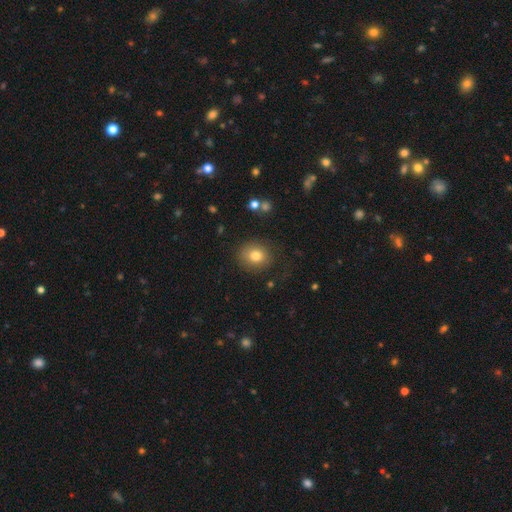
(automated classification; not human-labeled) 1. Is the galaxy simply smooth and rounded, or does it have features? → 79% smooth, 11% featured or disk, 10% star or artifact.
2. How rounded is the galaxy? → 72% round, 27% in between, 1% cigar-shaped.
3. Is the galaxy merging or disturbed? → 81% none, 12% minor disturbance, 5% major disturbance, 2% merger.